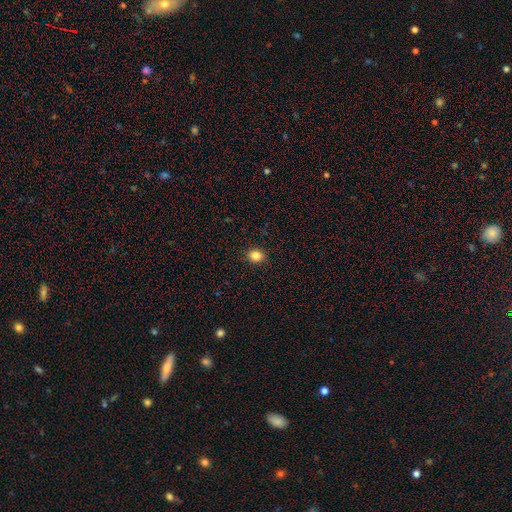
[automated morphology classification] smooth_or_featured: smooth (p=0.85) [alt: star or artifact p=0.11]
how_rounded: round (p=0.66) [alt: in between p=0.33]
merging: none (p=0.89) [alt: minor disturbance p=0.08]